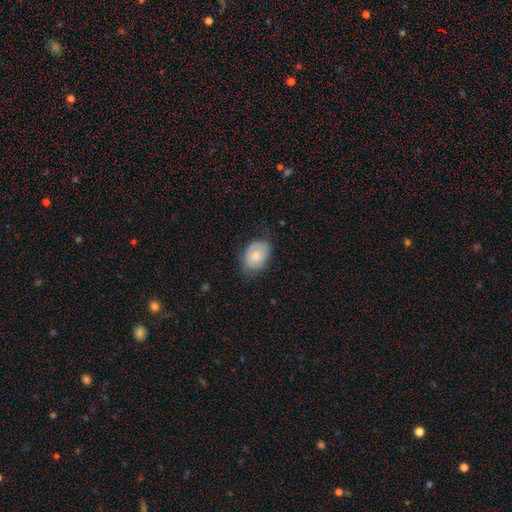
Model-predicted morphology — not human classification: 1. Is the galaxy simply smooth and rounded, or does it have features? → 66% smooth, 28% featured or disk, 7% star or artifact.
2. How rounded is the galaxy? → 78% in between, 21% round, 1% cigar-shaped.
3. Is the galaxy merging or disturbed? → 60% none, 30% minor disturbance, 8% major disturbance, 1% merger.